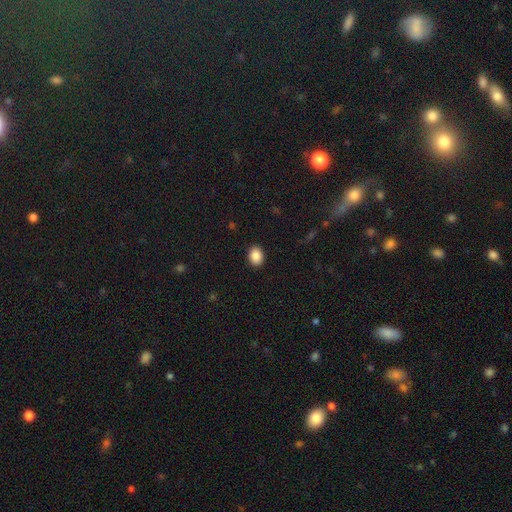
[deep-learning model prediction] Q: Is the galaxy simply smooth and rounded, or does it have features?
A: smooth — 88%.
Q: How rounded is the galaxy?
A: in between — 61%.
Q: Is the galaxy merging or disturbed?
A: none — 90%.